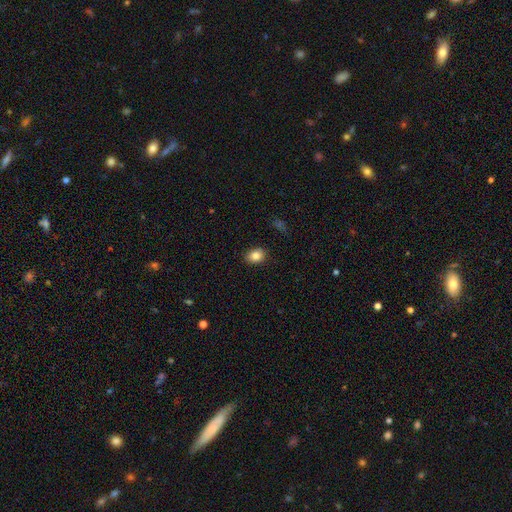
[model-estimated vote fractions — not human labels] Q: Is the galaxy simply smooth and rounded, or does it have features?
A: smooth — 84%.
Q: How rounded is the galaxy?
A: in between — 58%.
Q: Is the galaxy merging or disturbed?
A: none — 88%.